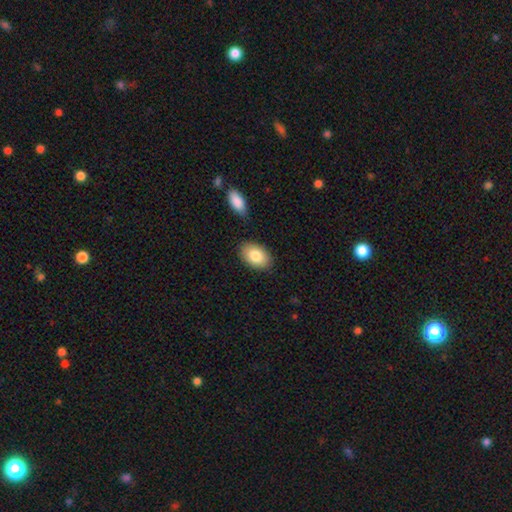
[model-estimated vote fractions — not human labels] Overall: smooth (83%). How rounded: in between (90%). Merging: none (84%).